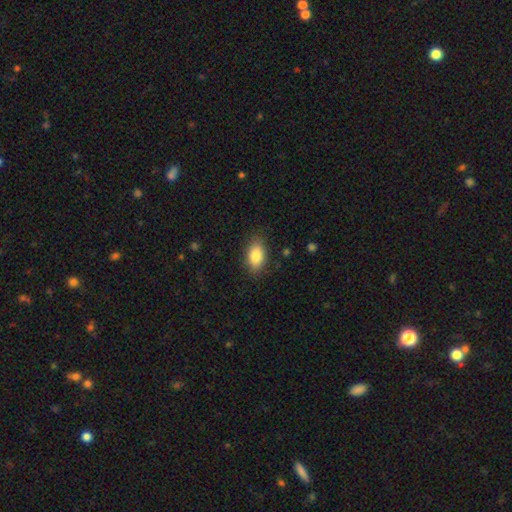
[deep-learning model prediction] Overall: smooth (86%). How rounded: in between (91%). Merging: none (83%).